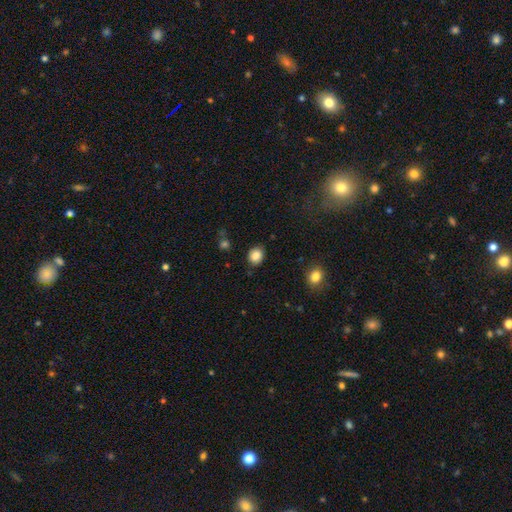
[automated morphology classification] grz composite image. It shows a smooth galaxy with no disk features (86%) that is round (67%). Merging: none (85%).